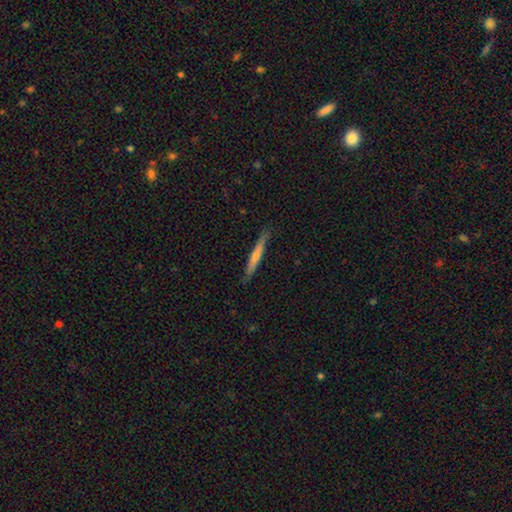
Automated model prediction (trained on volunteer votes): Smooth or featured? Predicted: smooth (p=0.55). How rounded? Predicted: cigar-shaped (p=0.96). Merging? Predicted: none (p=0.87).